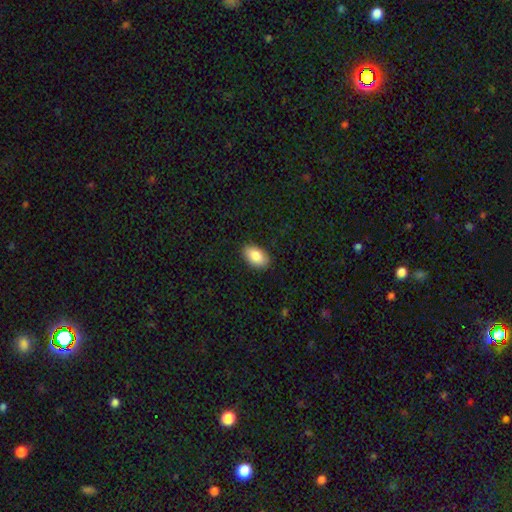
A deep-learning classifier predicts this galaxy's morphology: Smooth or featured?
  - smooth: 86% *
  - featured or disk: 7%
  - star or artifact: 7%
How rounded?
  - in between: 93% *
  - round: 5%
  - cigar-shaped: 1%
Merging?
  - none: 87% *
  - minor disturbance: 10%
  - major disturbance: 2%
  - merger: 1%